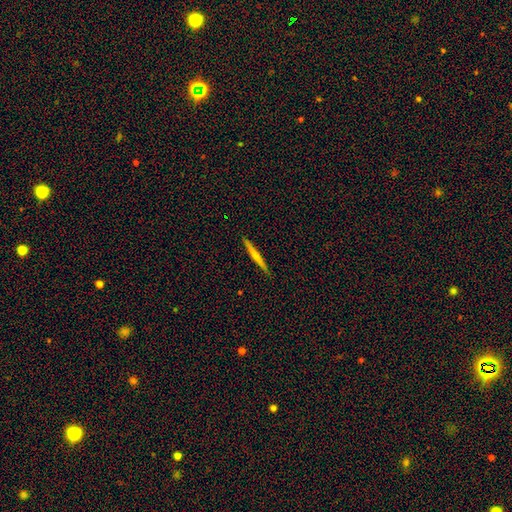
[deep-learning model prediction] This is possibly a smooth galaxy (54%). How rounded: clearly cigar-shaped (96%). Merging: clearly none (91%).